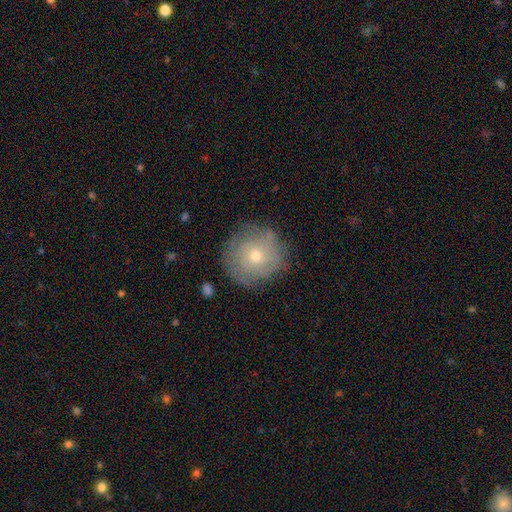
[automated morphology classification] Smooth or featured? smooth (49%)
Merging? none (80%)